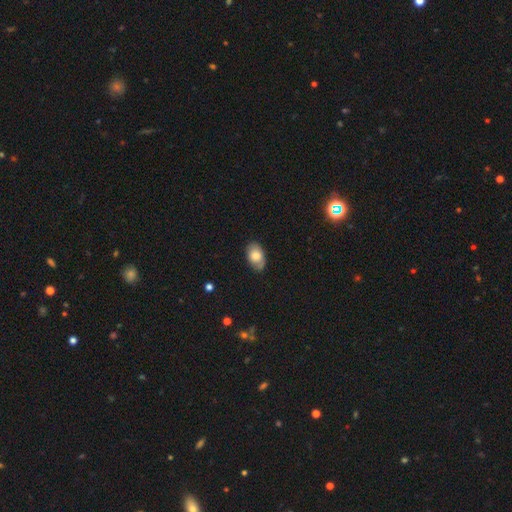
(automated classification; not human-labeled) Q: Smooth or featured?
A: smooth (75%); runner-up: featured or disk (18%)
Q: How rounded?
A: in between (89%); runner-up: round (10%)
Q: Merging?
A: none (74%); runner-up: minor disturbance (21%)